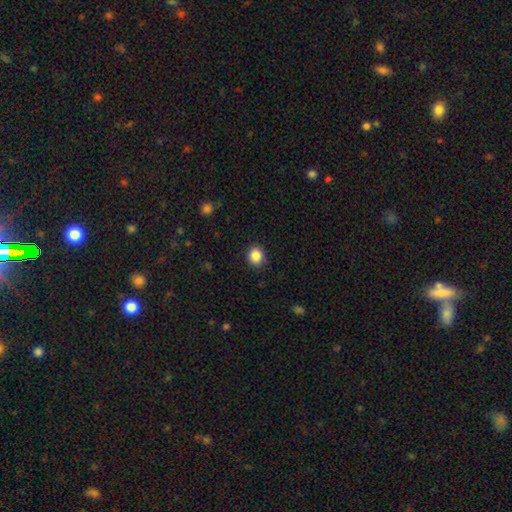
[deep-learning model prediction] This is clearly a smooth galaxy (87%). How rounded: likely round (73%). Merging: clearly none (89%).